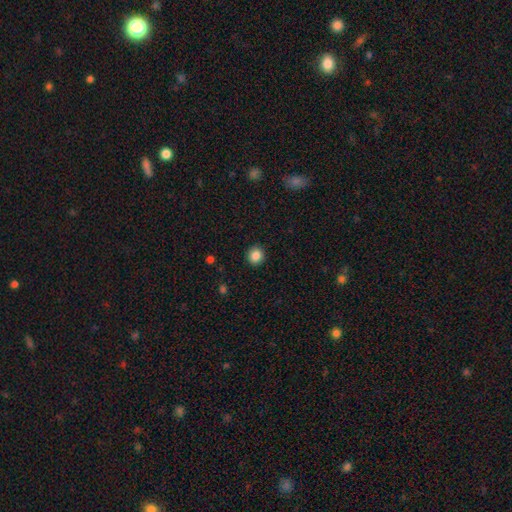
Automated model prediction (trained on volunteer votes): Smooth or featured? Predicted: smooth (p=0.86). How rounded? Predicted: round (p=0.89). Merging? Predicted: none (p=0.92).